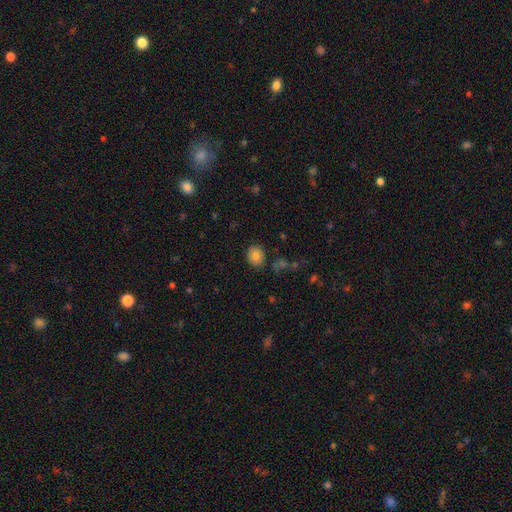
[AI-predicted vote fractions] The model was most divided on "how rounded": round: 66%, in between: 33%, cigar-shaped: 1%. More confident: merging — none (82%); smooth or featured — smooth (80%).